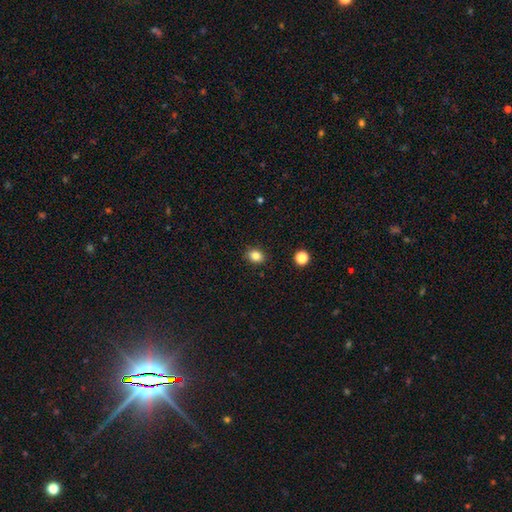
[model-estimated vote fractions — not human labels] smooth 83%, star or artifact 11%, featured or disk 5%. Down the decision tree: how rounded — in between (58%); merging — none (89%).